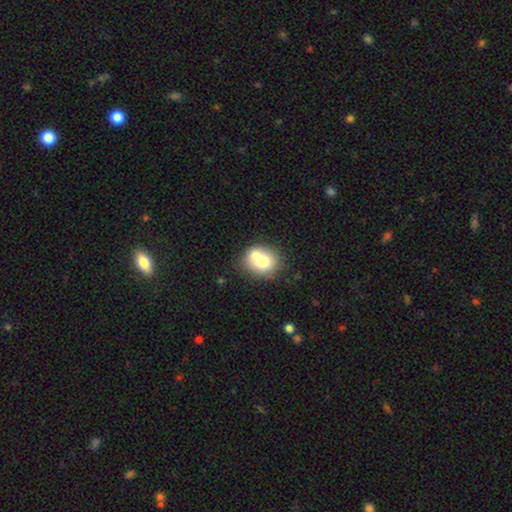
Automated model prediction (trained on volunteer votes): A smooth galaxy with no disk features (70%) that is round (67%).

Vote fractions:
- Smooth or featured? smooth: 70% / featured or disk: 21% / star or artifact: 9%
- How rounded? round: 67% / in between: 32% / cigar-shaped: 1%
- Merging? merger: 48% / none: 38% / minor disturbance: 10% / major disturbance: 4%